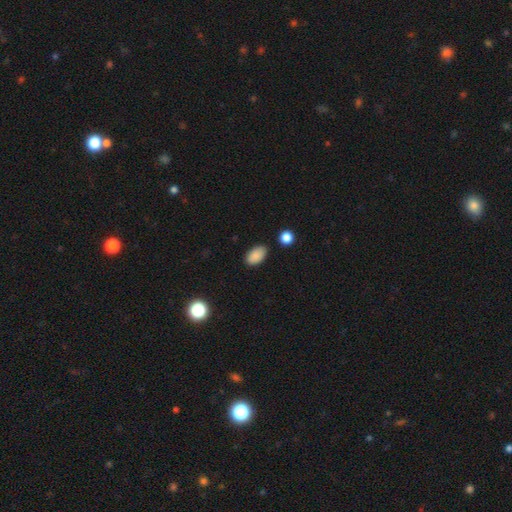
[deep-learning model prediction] Smooth or featured? smooth (88%)
How rounded? in between (93%)
Merging? none (85%)